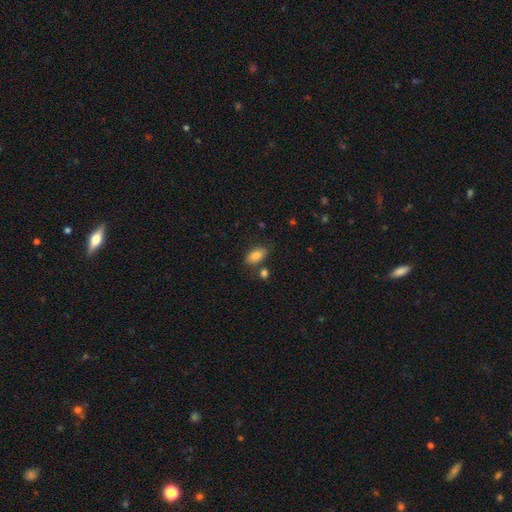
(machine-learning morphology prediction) Smooth or featured?
  - smooth: 84% *
  - featured or disk: 8%
  - star or artifact: 7%
How rounded?
  - in between: 91% *
  - cigar-shaped: 6%
  - round: 4%
Merging?
  - none: 76% *
  - minor disturbance: 13%
  - merger: 8%
  - major disturbance: 3%